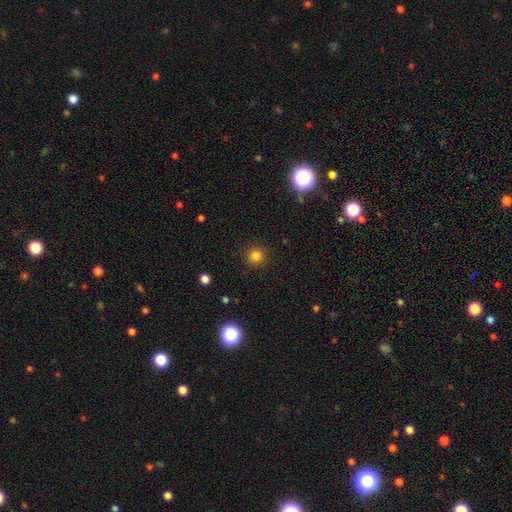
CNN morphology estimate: Smooth or featured? smooth (82%)
How rounded? round (94%)
Merging? none (91%)